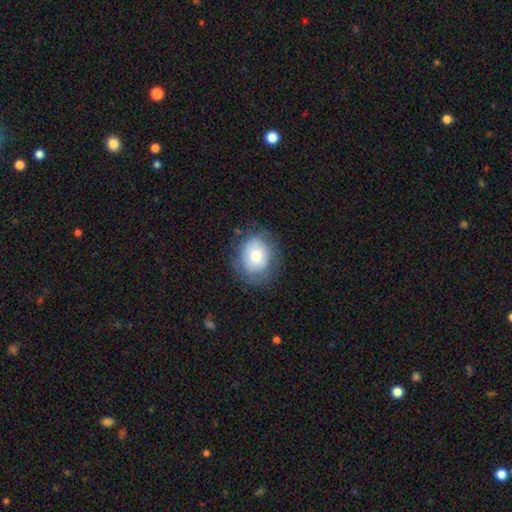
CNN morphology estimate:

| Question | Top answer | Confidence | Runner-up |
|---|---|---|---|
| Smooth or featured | smooth | 70% | featured or disk (22%) |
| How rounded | round | 62% | in between (37%) |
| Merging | none | 73% | minor disturbance (19%) |